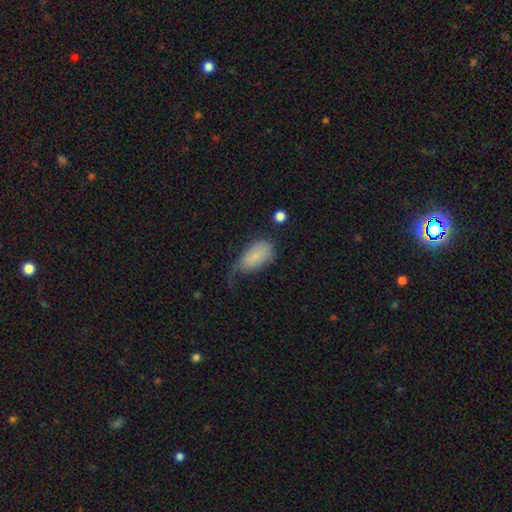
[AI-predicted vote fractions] Overall: smooth (76%). How rounded: in between (93%). Merging: major disturbance (37%; minor disturbance 34%).